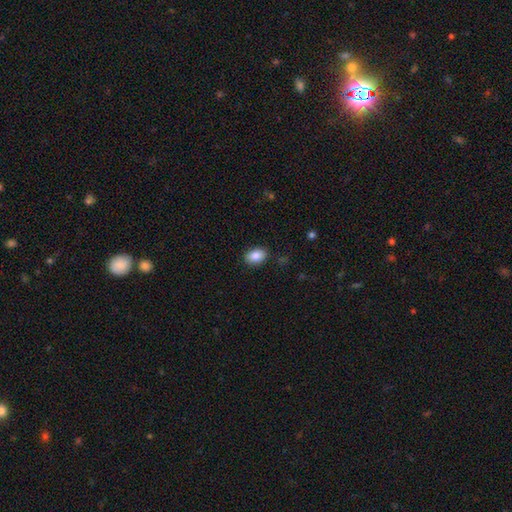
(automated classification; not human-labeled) Morphology: type=smooth (87%); roundness=in between (86%); merging=none (86%).